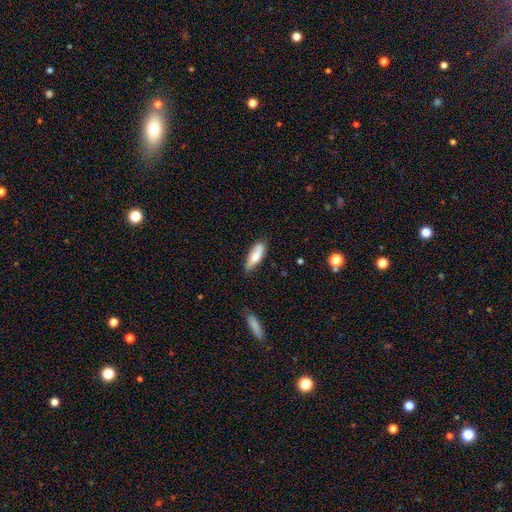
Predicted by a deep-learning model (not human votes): This appears to be a smooth galaxy with no disk features (77%) that is in between round and cigar-shaped (60%). Merging: none (69%).